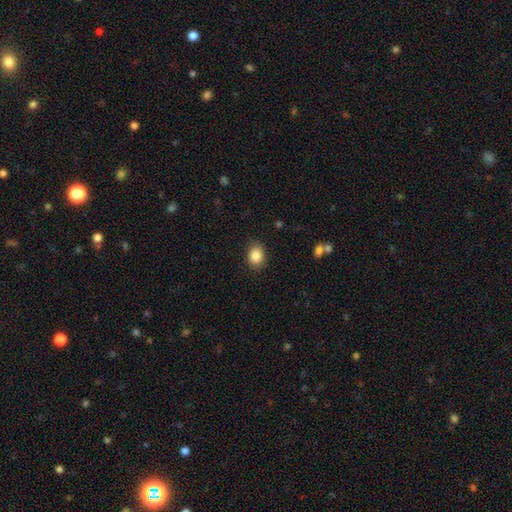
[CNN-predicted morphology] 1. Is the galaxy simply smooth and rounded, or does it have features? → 86% smooth, 9% star or artifact, 5% featured or disk.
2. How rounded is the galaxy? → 54% round, 46% in between, 1% cigar-shaped.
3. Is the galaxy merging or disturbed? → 86% none, 10% minor disturbance, 3% major disturbance, 1% merger.